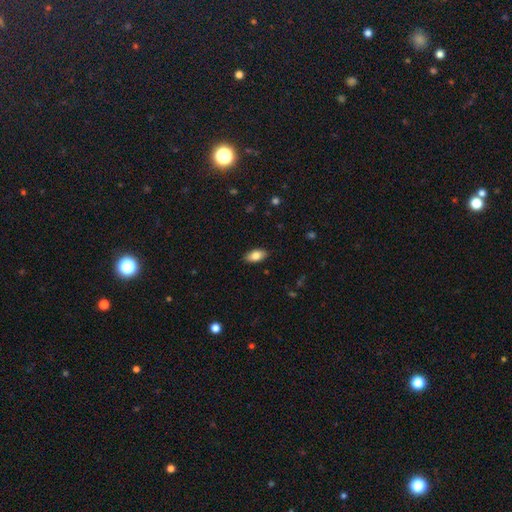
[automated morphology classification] Q: Smooth or featured?
A: smooth (83%); runner-up: featured or disk (10%)
Q: How rounded?
A: in between (92%); runner-up: cigar-shaped (5%)
Q: Merging?
A: none (88%); runner-up: minor disturbance (9%)